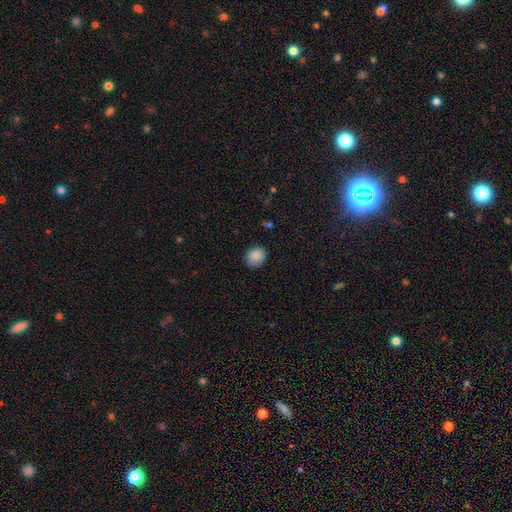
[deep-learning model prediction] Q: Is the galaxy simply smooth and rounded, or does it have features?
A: smooth — 88%.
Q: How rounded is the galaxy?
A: round — 69%.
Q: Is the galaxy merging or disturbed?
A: none — 84%.